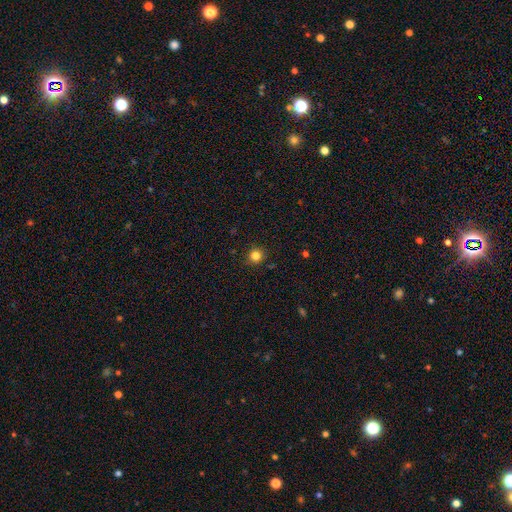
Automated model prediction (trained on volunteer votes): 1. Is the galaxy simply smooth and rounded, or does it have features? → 82% smooth, 13% star or artifact, 5% featured or disk.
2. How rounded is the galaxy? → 93% round, 6% in between, 1% cigar-shaped.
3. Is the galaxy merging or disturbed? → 91% none, 6% minor disturbance, 2% major disturbance, 1% merger.